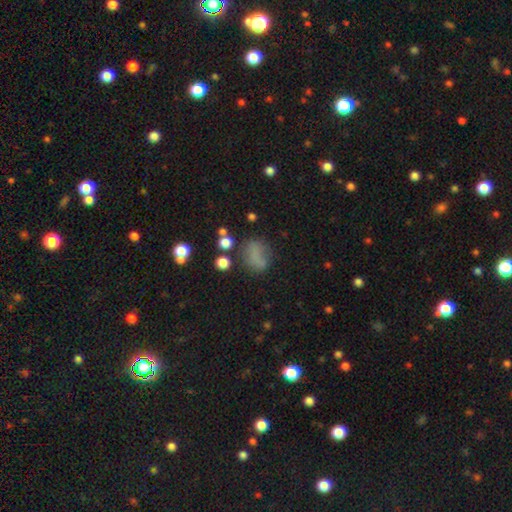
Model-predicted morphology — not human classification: Q: Smooth or featured?
A: smooth (69%); runner-up: star or artifact (17%)
Q: How rounded?
A: in between (60%); runner-up: round (37%)
Q: Merging?
A: none (55%); runner-up: minor disturbance (23%)